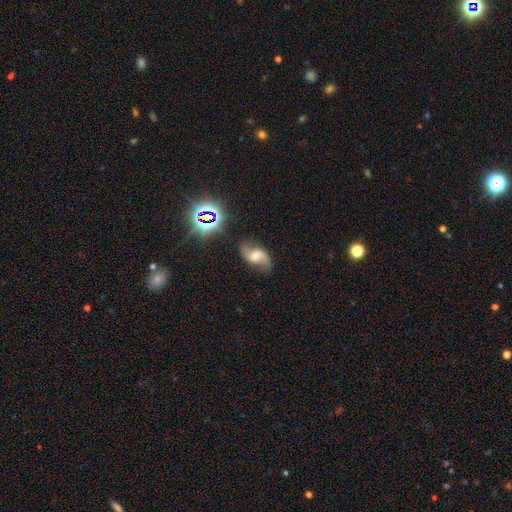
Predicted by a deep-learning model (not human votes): featured or disk 71%, smooth 15%, star or artifact 14%. Down the decision tree: edge-on disk — no (96%); bar — weak (43%); spiral arms — yes (93%); spiral arm count — 2 (90%); spiral winding — loose (77%); bulge size — moderate (57%); merging — none (74%).